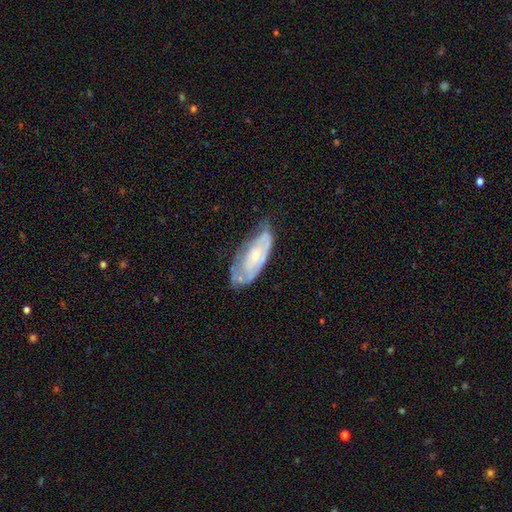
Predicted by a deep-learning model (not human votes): The model was most divided on "merging": none: 50%, minor disturbance: 34%, major disturbance: 14%, merger: 3%. More confident: edge-on disk — no (88%); bar — no (75%); smooth or featured — featured or disk (65%); bulge size — small (64%); spiral arms — yes (64%).